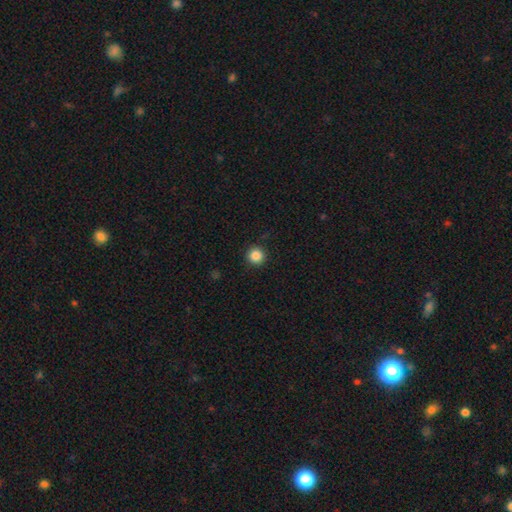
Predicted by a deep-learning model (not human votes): smooth-or-featured: smooth: 86% | star or artifact: 10% | featured or disk: 3%
  how-rounded: round: 96% | in between: 3% | cigar-shaped: 1%
  merging: none: 92% | minor disturbance: 6% | major disturbance: 2% | merger: 1%